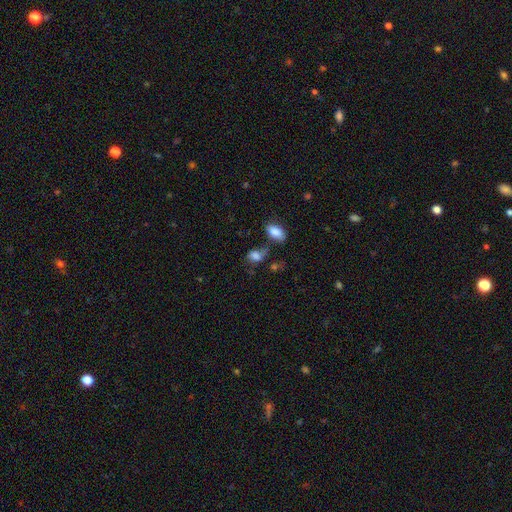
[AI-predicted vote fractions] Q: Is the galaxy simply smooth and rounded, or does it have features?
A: smooth — 75%.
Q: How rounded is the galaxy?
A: in between — 80%.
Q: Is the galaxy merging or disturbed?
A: none — 35%.